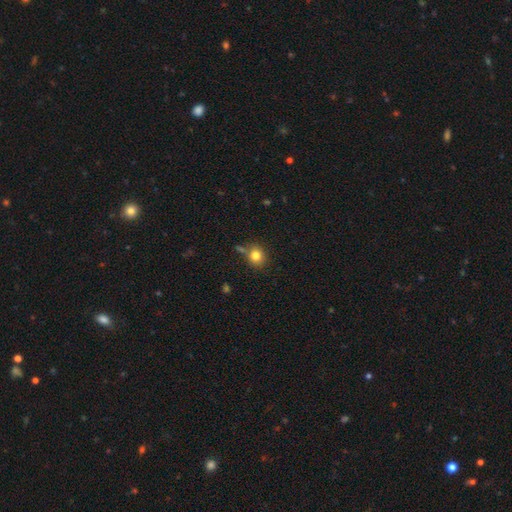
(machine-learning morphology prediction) Smooth or featured?
  - smooth: 81% *
  - star or artifact: 11%
  - featured or disk: 8%
How rounded?
  - round: 76% *
  - in between: 23%
  - cigar-shaped: 1%
Merging?
  - none: 71% *
  - minor disturbance: 14%
  - merger: 10%
  - major disturbance: 4%